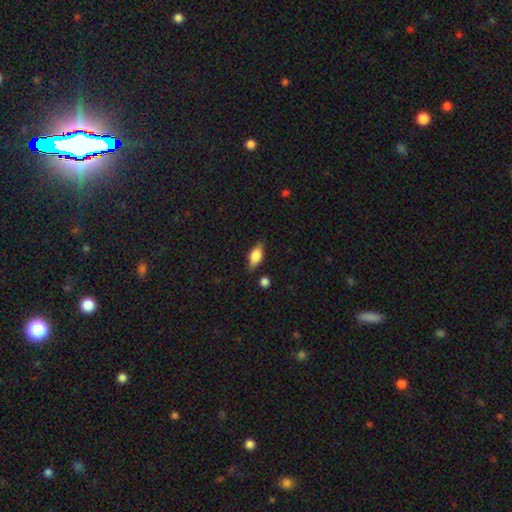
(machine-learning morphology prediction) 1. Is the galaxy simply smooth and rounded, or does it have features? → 63% smooth, 29% featured or disk, 8% star or artifact.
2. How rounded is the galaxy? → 79% in between, 15% cigar-shaped, 5% round.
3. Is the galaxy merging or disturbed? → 80% none, 14% minor disturbance, 3% major disturbance, 3% merger.